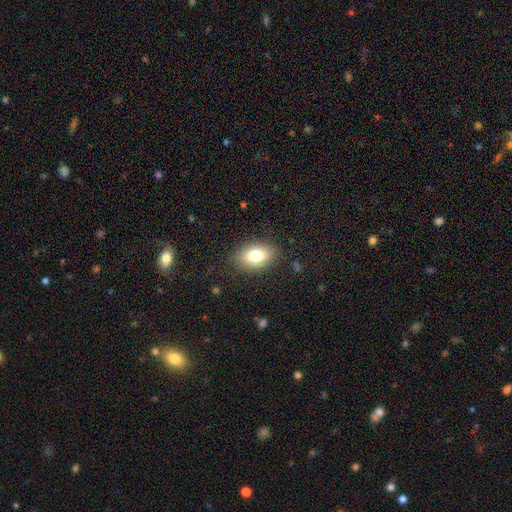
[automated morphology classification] This is likely a smooth galaxy (78%). How rounded: clearly in between (84%). Merging: clearly none (85%).